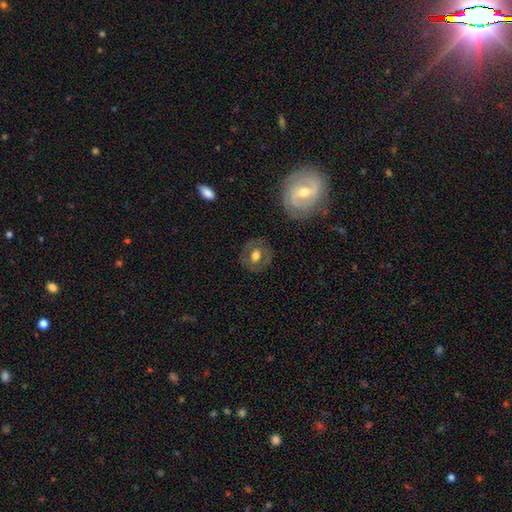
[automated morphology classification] This appears to be a smooth galaxy with no disk features (53%) that is round (71%). Merging: none (82%).